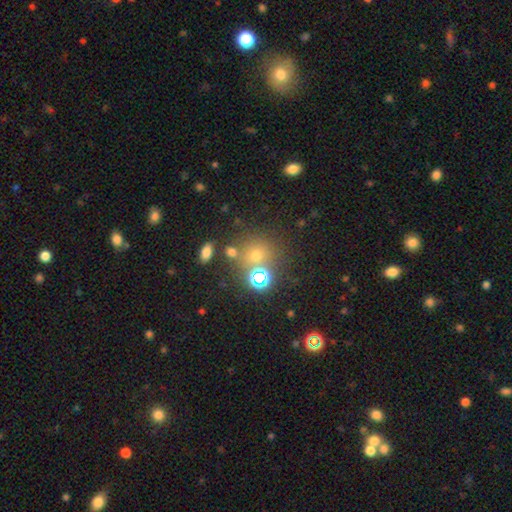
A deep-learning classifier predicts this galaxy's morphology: Smooth or featured? Predicted: smooth (p=0.57). How rounded? Predicted: round (p=0.85). Merging? Predicted: none (p=0.67).